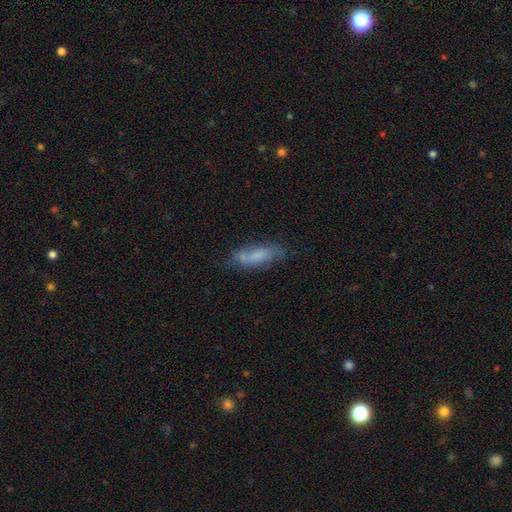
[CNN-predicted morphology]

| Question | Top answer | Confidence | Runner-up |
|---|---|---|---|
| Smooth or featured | smooth | 60% | featured or disk (32%) |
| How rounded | in between | 56% | cigar-shaped (42%) |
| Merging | none | 62% | minor disturbance (25%) |